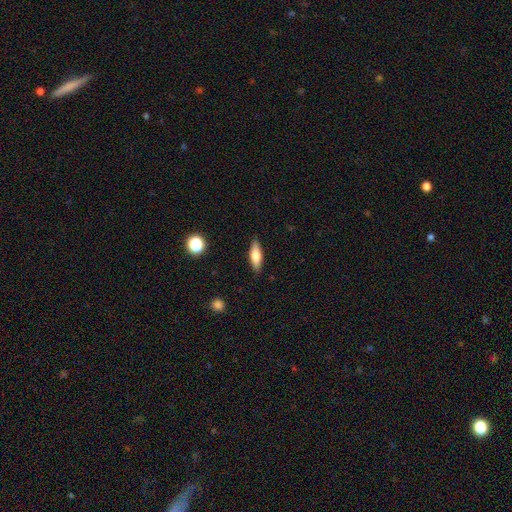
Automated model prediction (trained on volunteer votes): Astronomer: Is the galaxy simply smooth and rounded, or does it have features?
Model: smooth — 69%.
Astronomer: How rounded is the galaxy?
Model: in between — 53% (runner-up: cigar-shaped, 44%).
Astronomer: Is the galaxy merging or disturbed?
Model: none — 88%.